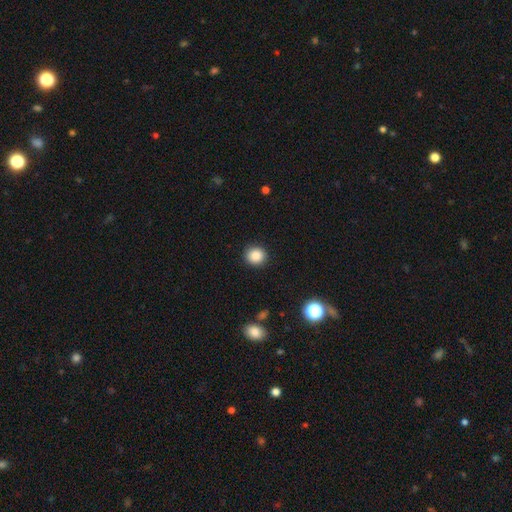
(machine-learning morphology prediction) Smooth or featured: smooth — 87% (star or artifact — 10%)
How rounded: round — 86% (in between — 13%)
Merging: none — 91% (minor disturbance — 6%)